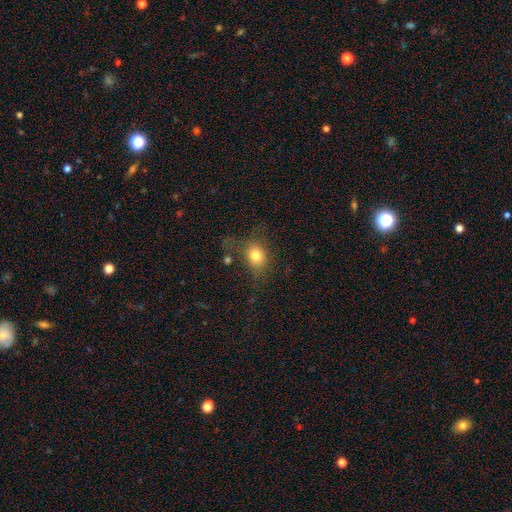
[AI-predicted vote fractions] This appears to be a smooth galaxy with no disk features (76%) that is round (58%). Merging: none (55%).